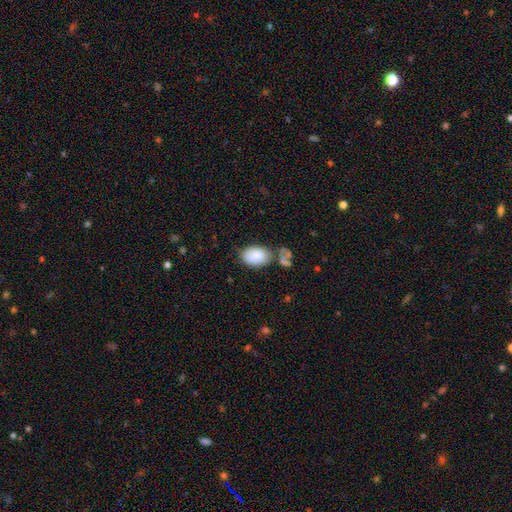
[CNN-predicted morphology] Q: Smooth or featured?
A: smooth (85%); runner-up: featured or disk (8%)
Q: How rounded?
A: in between (90%); runner-up: round (9%)
Q: Merging?
A: none (63%); runner-up: minor disturbance (19%)